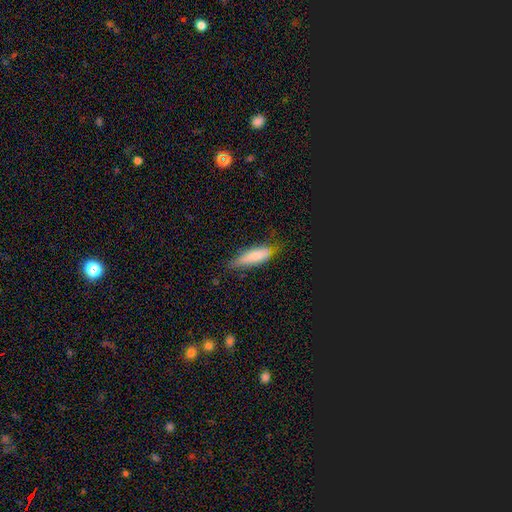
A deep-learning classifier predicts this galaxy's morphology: This appears to be a smooth galaxy with no disk features (76%) that is cigar-shaped (51%). Merging: none (58%).